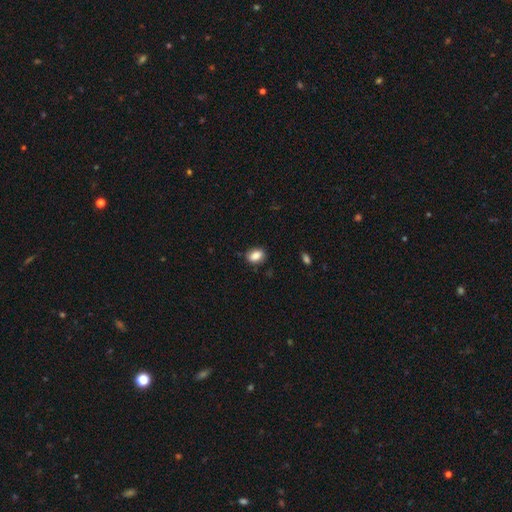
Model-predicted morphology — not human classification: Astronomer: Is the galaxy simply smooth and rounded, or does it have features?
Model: smooth — 87%.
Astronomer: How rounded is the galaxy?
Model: in between — 77%.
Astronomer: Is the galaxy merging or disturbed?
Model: none — 82%.